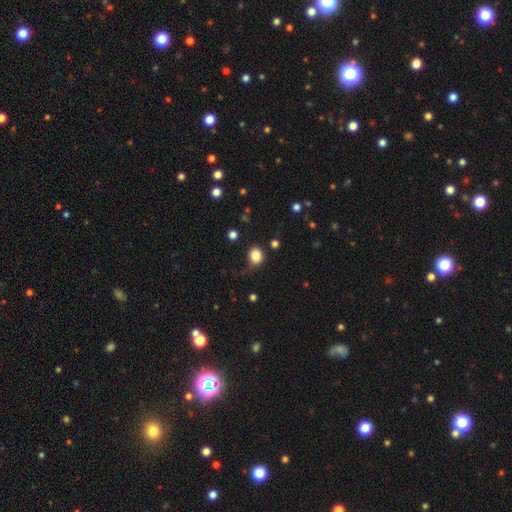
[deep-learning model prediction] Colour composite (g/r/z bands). It shows a smooth galaxy with no disk features (85%) that is round (68%). Merging: none (73%).